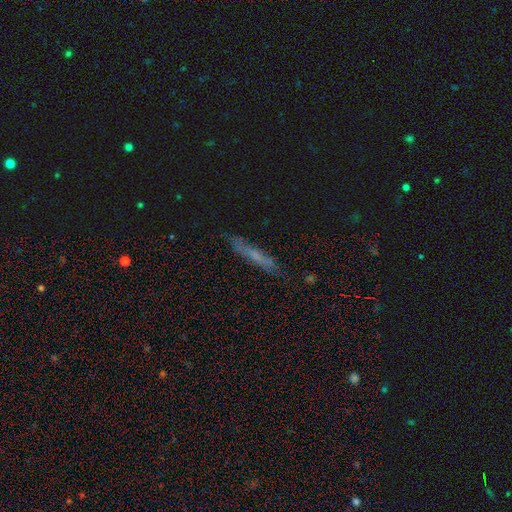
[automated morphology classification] This appears to be a smooth galaxy with no disk features (45%). Merging: none (80%).